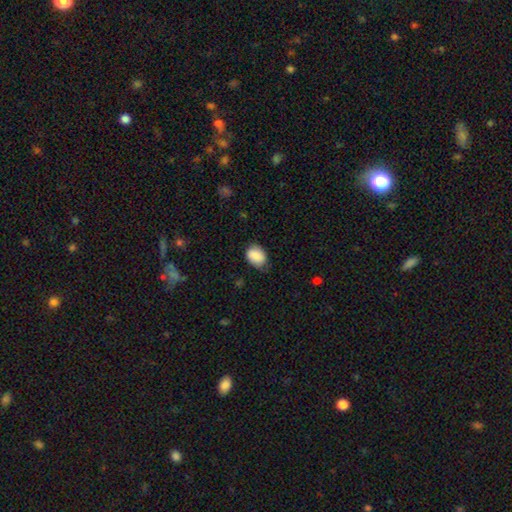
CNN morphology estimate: Overall: smooth (85%). How rounded: in between (73%). Merging: none (64%; minor disturbance 28%).